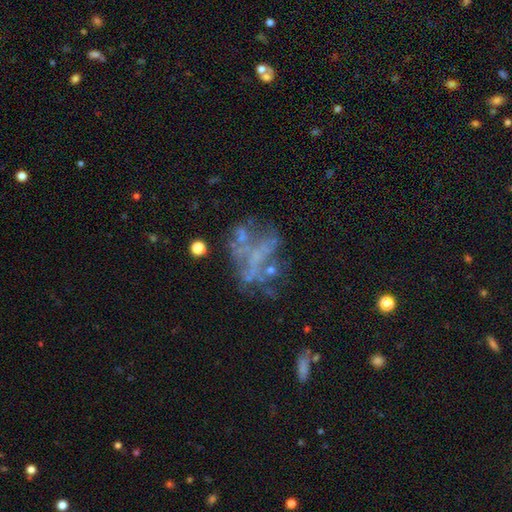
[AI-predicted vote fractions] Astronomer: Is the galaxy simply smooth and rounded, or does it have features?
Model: featured or disk — 58%.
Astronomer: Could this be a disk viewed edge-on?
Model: no — 96%.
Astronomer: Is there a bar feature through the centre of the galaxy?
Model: no — 86%.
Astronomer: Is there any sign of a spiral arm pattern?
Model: no — 88%.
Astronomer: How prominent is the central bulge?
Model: none — 76%.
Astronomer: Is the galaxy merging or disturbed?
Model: none — 44% (runner-up: major disturbance, 29%).